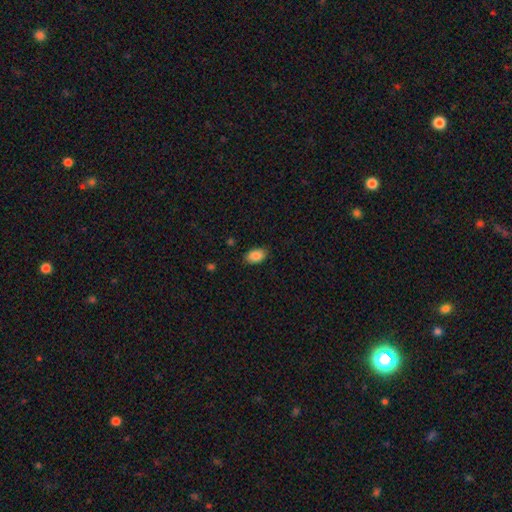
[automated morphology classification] smooth-or-featured: smooth: 88% | star or artifact: 7% | featured or disk: 5%
  how-rounded: in between: 91% | round: 8% | cigar-shaped: 1%
  merging: none: 84% | minor disturbance: 12% | major disturbance: 3% | merger: 1%